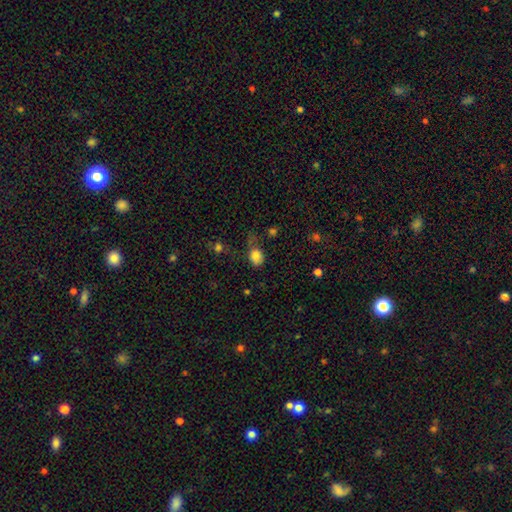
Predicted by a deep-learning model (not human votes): Smooth or featured? smooth (83%)
How rounded? round (49%, tied with in between)
Merging? none (42%)